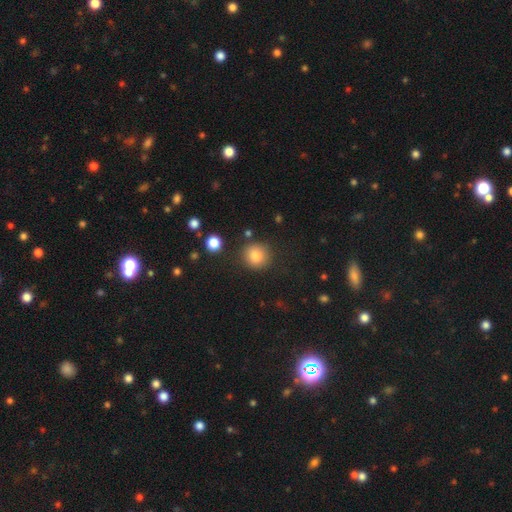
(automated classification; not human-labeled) Q: Smooth or featured?
A: smooth (83%); runner-up: star or artifact (11%)
Q: How rounded?
A: round (91%); runner-up: in between (8%)
Q: Merging?
A: none (86%); runner-up: minor disturbance (8%)